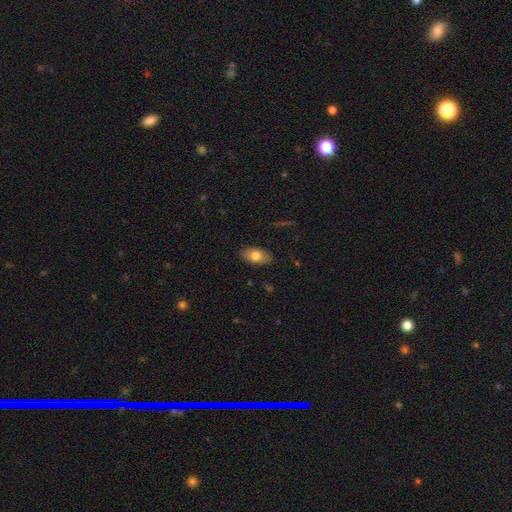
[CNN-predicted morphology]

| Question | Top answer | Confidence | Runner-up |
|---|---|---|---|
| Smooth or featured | smooth | 78% | featured or disk (15%) |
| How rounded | in between | 92% | round (4%) |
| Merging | none | 87% | minor disturbance (10%) |